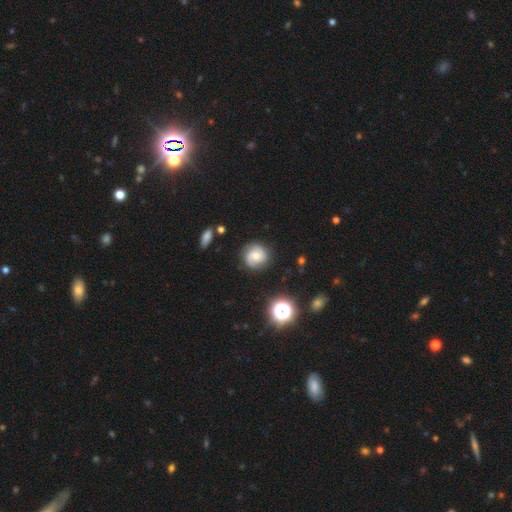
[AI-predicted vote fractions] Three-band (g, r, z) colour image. It shows a featured or disk galaxy (59%) with no bar (63%), 2 (74%) medium (42%) spiral arms (90%) and a moderate central bulge (57%). Merging: none (81%).